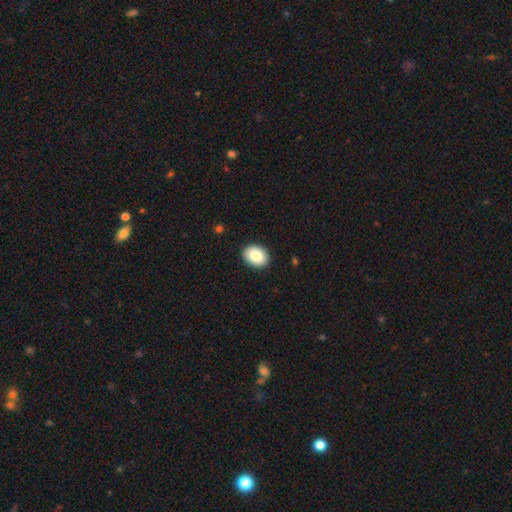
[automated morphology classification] This appears to be a smooth galaxy with no disk features (86%) that is in between round and cigar-shaped (64%). Merging: none (90%).